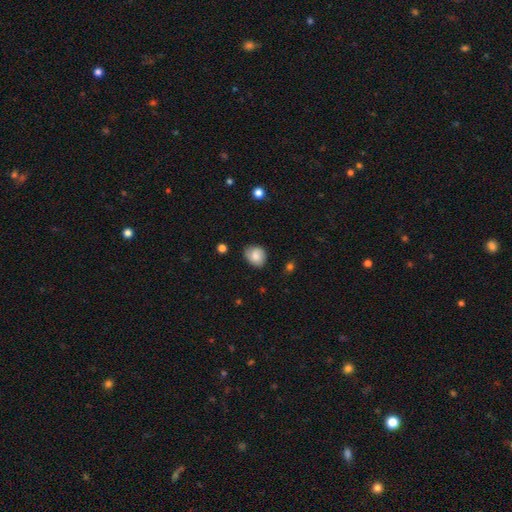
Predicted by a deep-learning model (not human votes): Morphology: type=smooth (76%); roundness=round (64%); merging=none (68%).